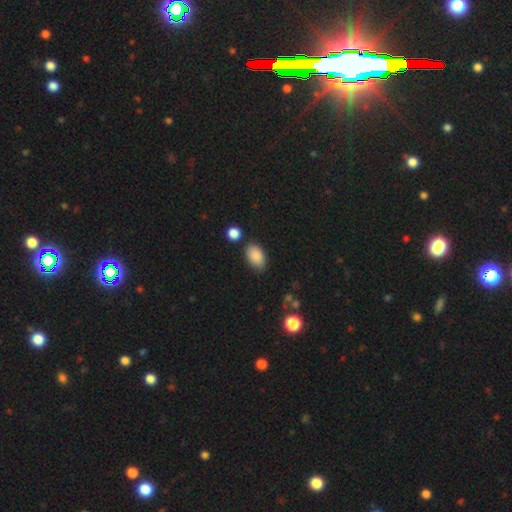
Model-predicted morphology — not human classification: Smooth or featured?
  - smooth: 88% *
  - star or artifact: 8%
  - featured or disk: 5%
How rounded?
  - in between: 91% *
  - round: 7%
  - cigar-shaped: 2%
Merging?
  - none: 75% *
  - minor disturbance: 17%
  - merger: 5%
  - major disturbance: 4%